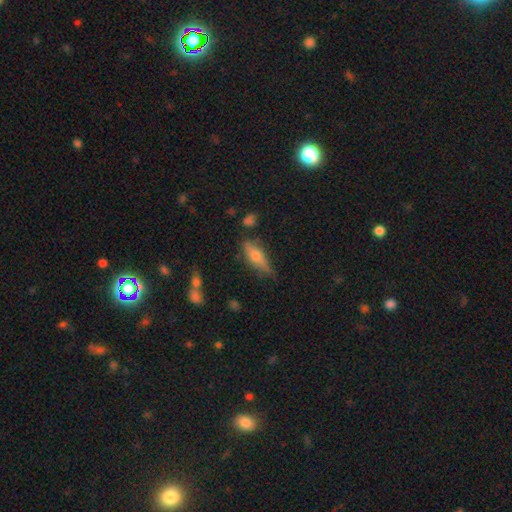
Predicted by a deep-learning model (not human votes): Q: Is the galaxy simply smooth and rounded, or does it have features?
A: smooth — 52%.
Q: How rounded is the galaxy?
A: in between — 49%.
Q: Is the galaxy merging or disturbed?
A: none — 70%.